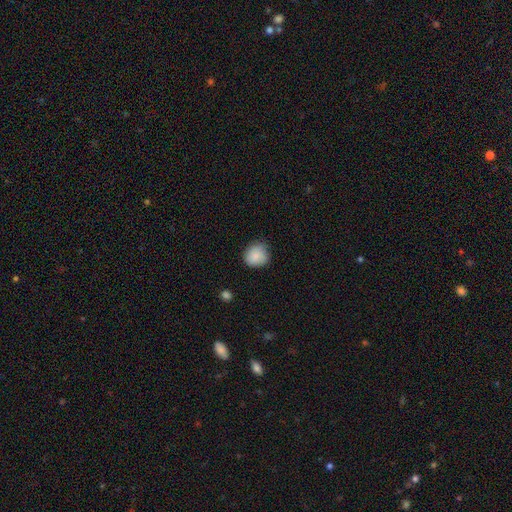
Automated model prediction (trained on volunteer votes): A smooth galaxy with no disk features (86%) that is round (84%).

Vote fractions:
- Smooth or featured? smooth: 86% / star or artifact: 8% / featured or disk: 6%
- How rounded? round: 84% / in between: 16% / cigar-shaped: 1%
- Merging? none: 76% / minor disturbance: 20% / major disturbance: 3% / merger: 1%